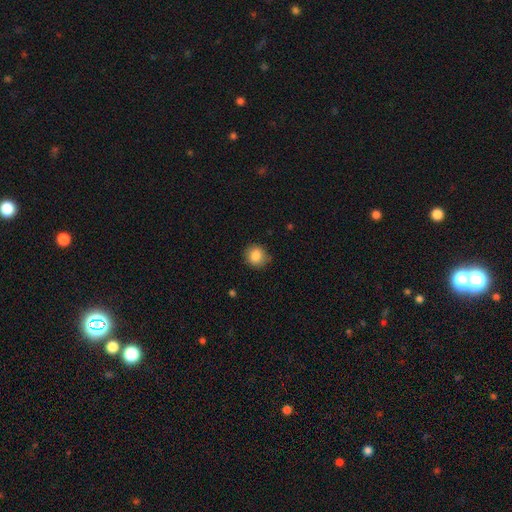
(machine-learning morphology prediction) smooth-or-featured: smooth: 85% | star or artifact: 9% | featured or disk: 6%
  how-rounded: round: 84% | in between: 15% | cigar-shaped: 1%
  merging: none: 80% | minor disturbance: 16% | major disturbance: 3% | merger: 1%